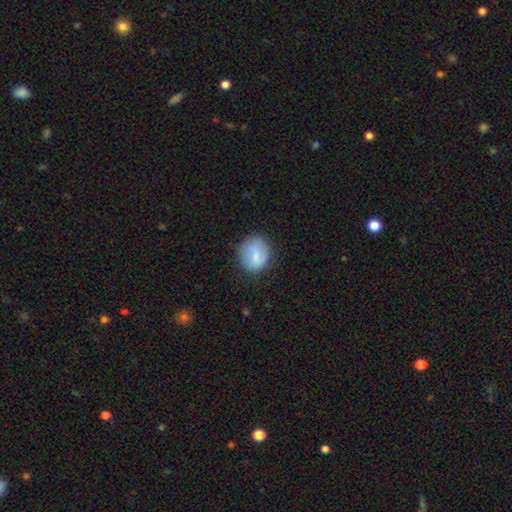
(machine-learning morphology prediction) A smooth galaxy with no disk features (77%) that is round (71%). Merging: none (73%).